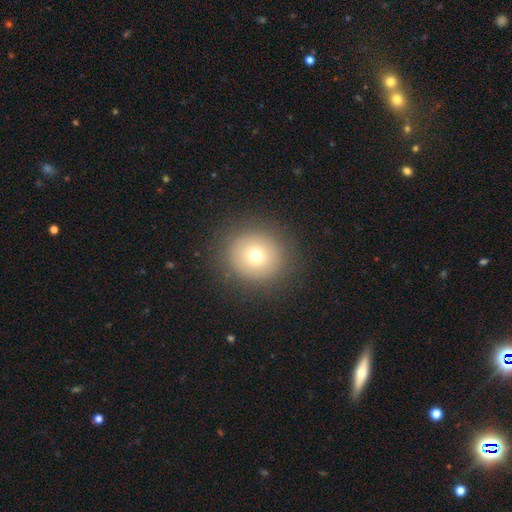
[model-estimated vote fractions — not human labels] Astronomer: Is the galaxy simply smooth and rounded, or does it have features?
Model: smooth — 70%.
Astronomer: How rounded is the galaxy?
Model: round — 92%.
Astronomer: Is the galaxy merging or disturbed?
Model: none — 88%.